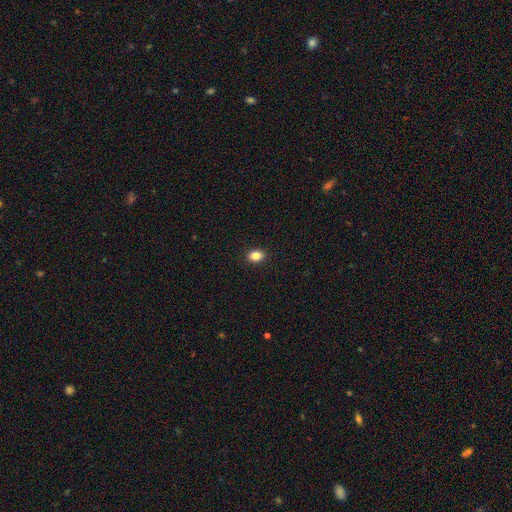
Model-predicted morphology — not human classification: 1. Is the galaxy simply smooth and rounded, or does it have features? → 85% smooth, 10% star or artifact, 5% featured or disk.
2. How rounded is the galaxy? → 70% in between, 29% round, 1% cigar-shaped.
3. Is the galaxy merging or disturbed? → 91% none, 6% minor disturbance, 2% major disturbance, 1% merger.